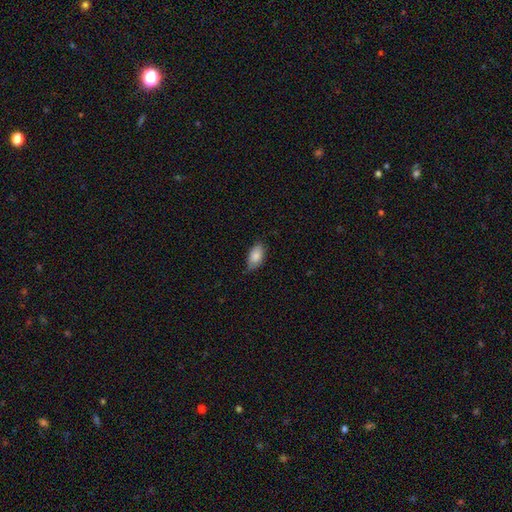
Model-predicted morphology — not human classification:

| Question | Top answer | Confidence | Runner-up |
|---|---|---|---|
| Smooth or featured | smooth | 85% | featured or disk (8%) |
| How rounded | in between | 93% | cigar-shaped (4%) |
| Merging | none | 72% | minor disturbance (24%) |